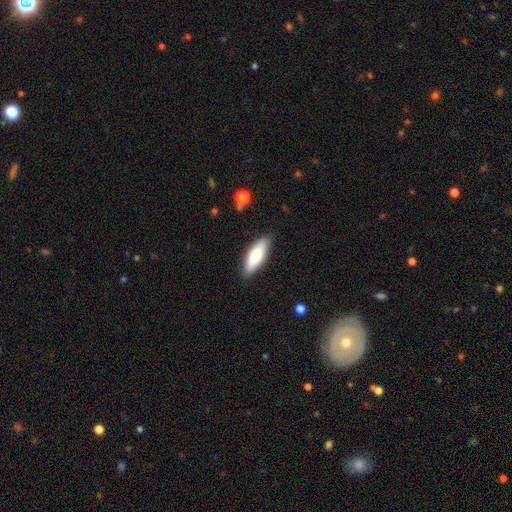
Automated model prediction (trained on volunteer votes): smooth-or-featured: smooth: 73% | featured or disk: 21% | star or artifact: 6%
  how-rounded: in between: 68% | cigar-shaped: 30% | round: 2%
  merging: none: 86% | minor disturbance: 10% | major disturbance: 2% | merger: 1%